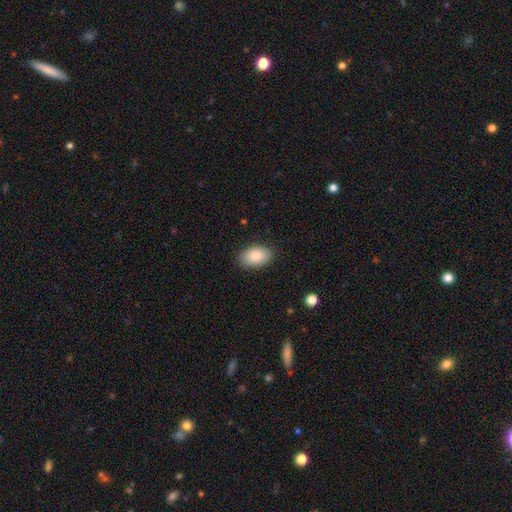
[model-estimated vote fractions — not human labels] Q: Smooth or featured?
A: smooth (85%); runner-up: featured or disk (8%)
Q: How rounded?
A: in between (92%); runner-up: round (7%)
Q: Merging?
A: none (87%); runner-up: minor disturbance (10%)